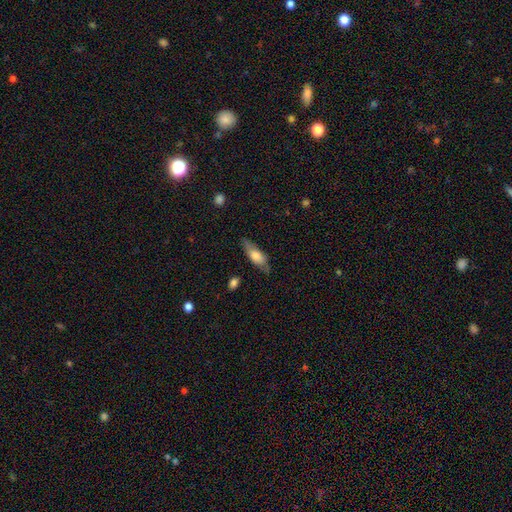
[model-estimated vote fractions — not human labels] Morphology: type=smooth (65%); roundness=in between (61%); merging=none (69%).